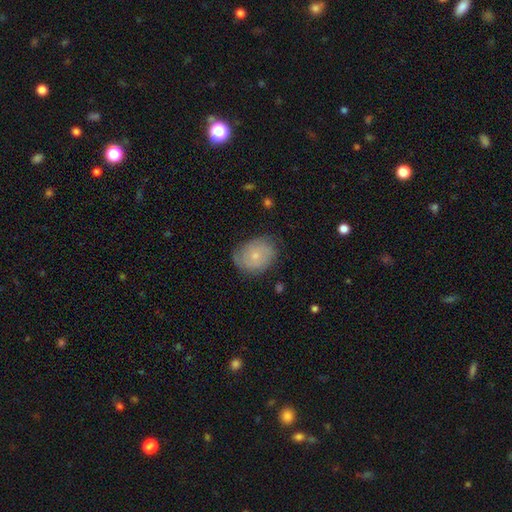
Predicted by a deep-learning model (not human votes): A featured or disk galaxy (49%).

Vote fractions:
- Smooth or featured? featured or disk: 49% / smooth: 43% / star or artifact: 8%
- Merging? none: 70% / minor disturbance: 23% / major disturbance: 7% / merger: 1%